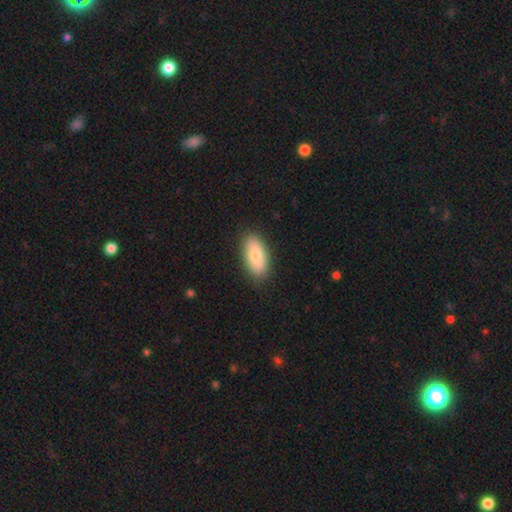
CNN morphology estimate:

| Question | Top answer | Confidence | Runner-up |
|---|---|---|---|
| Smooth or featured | smooth | 76% | featured or disk (18%) |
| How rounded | in between | 90% | cigar-shaped (7%) |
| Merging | none | 87% | minor disturbance (10%) |